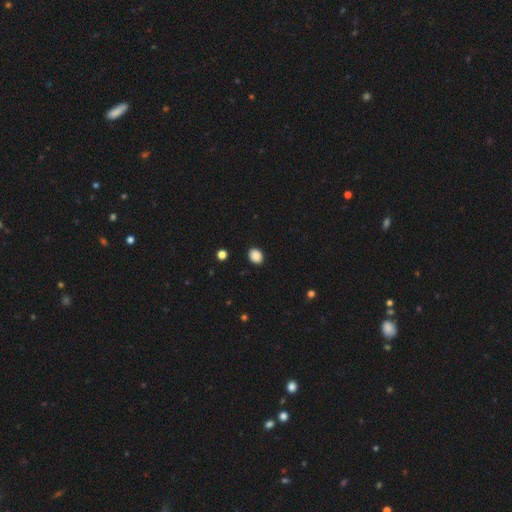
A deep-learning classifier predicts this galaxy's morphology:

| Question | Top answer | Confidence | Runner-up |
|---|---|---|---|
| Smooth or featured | smooth | 88% | star or artifact (9%) |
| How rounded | in between | 54% | round (45%) |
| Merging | none | 90% | minor disturbance (7%) |